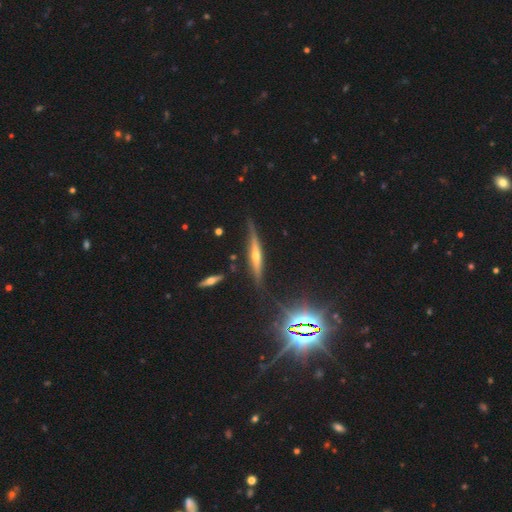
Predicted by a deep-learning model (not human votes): featured or disk 64%, star or artifact 19%, smooth 17%. Down the decision tree: edge-on disk — yes (95%); edge-on bulge — rounded (78%); merging — none (77%).